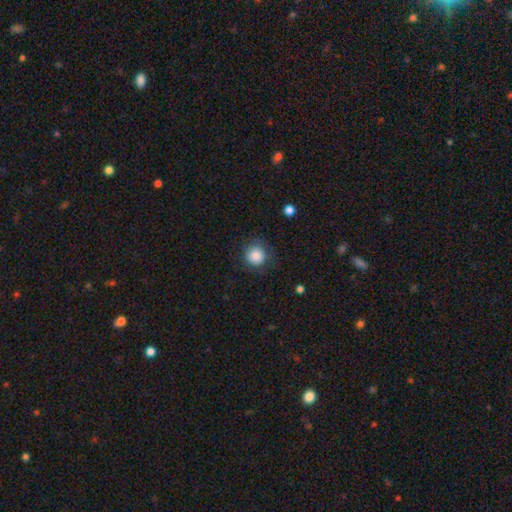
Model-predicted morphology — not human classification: smooth_or_featured: smooth (p=0.84) [alt: star or artifact p=0.09]
how_rounded: round (p=0.92) [alt: in between p=0.07]
merging: none (p=0.79) [alt: minor disturbance p=0.14]